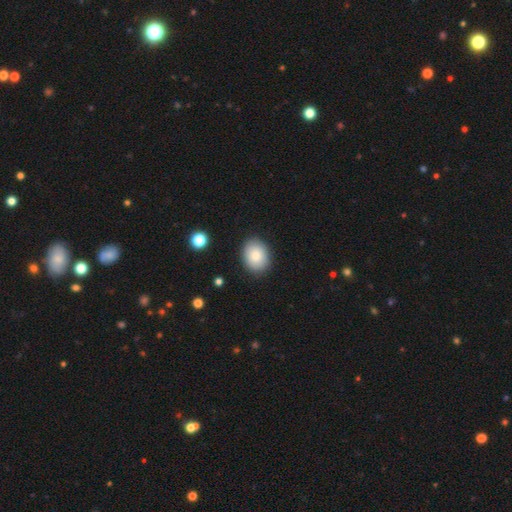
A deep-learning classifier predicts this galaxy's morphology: A smooth galaxy with no disk features (84%) that is in between round and cigar-shaped (59%).

Vote fractions:
- Smooth or featured? smooth: 84% / featured or disk: 8% / star or artifact: 8%
- How rounded? in between: 59% / round: 40% / cigar-shaped: 1%
- Merging? none: 88% / minor disturbance: 9% / major disturbance: 2% / merger: 1%